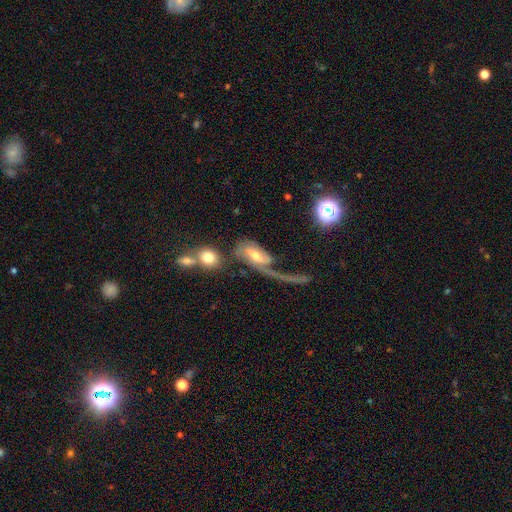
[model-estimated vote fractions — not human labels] This appears to be a featured or disk galaxy (68%) with a weak bar (43%), 1 (59%) loose (66%) spiral arms (83%) and a moderate central bulge (62%). Merging: major disturbance (50%).